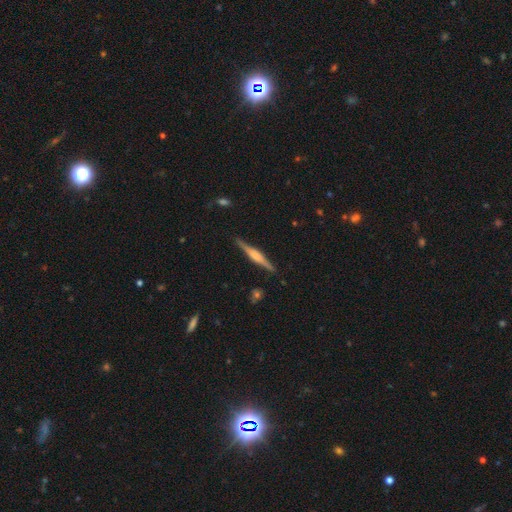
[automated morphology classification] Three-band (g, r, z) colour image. It shows a featured or disk galaxy (73%) viewed edge-on (98%) with a rounded central bulge (58%). Merging: none (88%).